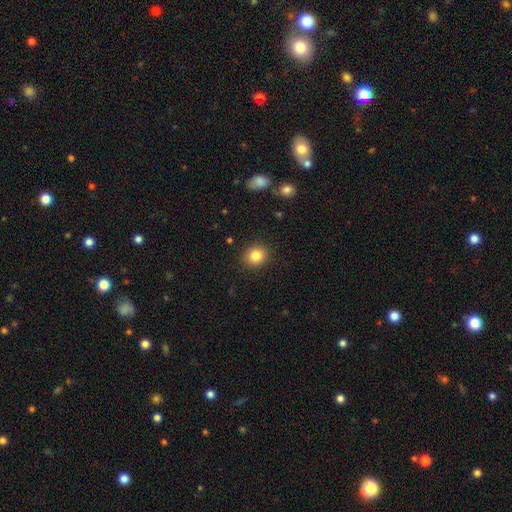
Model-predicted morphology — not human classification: The model was most divided on "how rounded": round: 81%, in between: 18%, cigar-shaped: 1%. More confident: merging — none (90%); smooth or featured — smooth (83%).